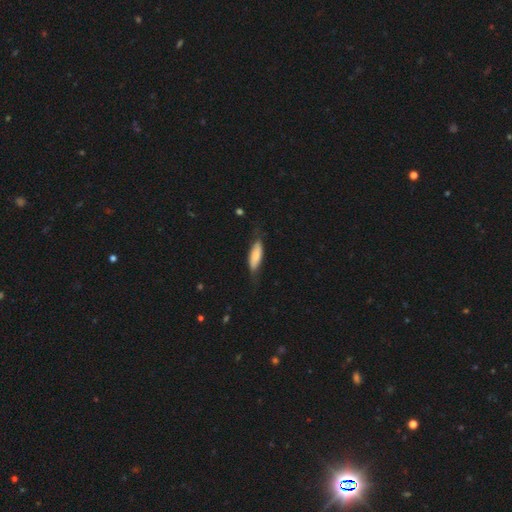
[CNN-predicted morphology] Smooth or featured? smooth (72%)
How rounded? in between (54%)
Merging? none (66%)